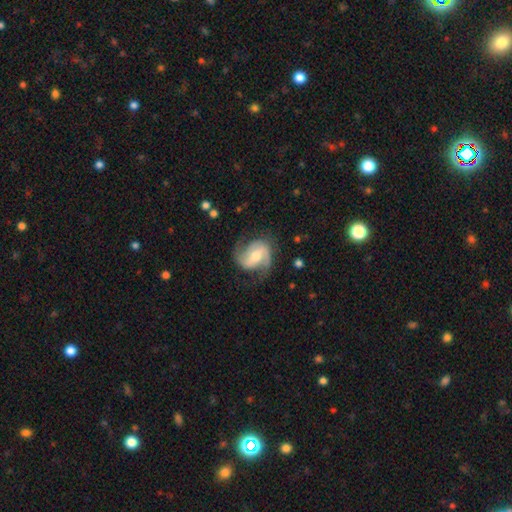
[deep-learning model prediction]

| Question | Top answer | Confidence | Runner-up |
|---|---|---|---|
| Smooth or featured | featured or disk | 82% | smooth (12%) |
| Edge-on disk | no | 97% | yes (3%) |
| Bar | weak | 46% | no (30%) |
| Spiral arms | yes | 95% | no (5%) |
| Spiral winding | medium | 50% | loose (27%) |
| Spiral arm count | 2 | 84% | can't tell (5%) |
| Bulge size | moderate | 61% | small (29%) |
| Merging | none | 68% | minor disturbance (19%) |